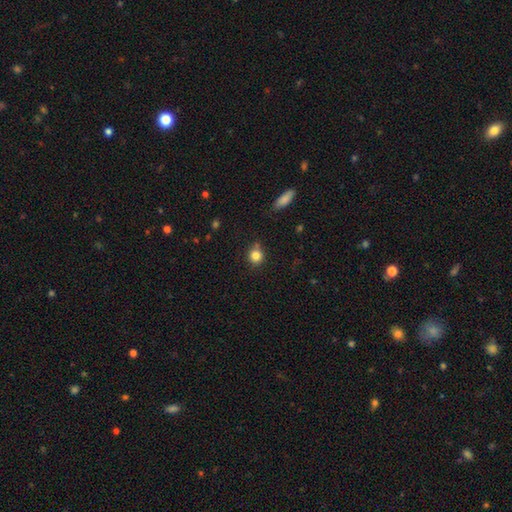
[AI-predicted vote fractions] Q: Smooth or featured?
A: smooth (82%); runner-up: star or artifact (11%)
Q: How rounded?
A: round (86%); runner-up: in between (13%)
Q: Merging?
A: none (76%); runner-up: minor disturbance (14%)